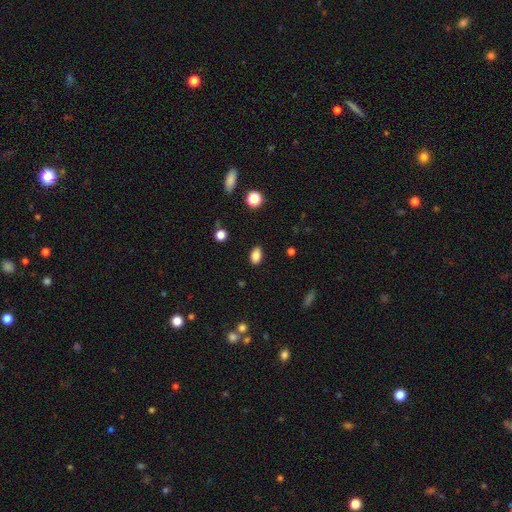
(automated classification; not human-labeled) Smooth or featured: smooth — 84% (star or artifact — 10%)
How rounded: in between — 87% (round — 11%)
Merging: none — 86% (minor disturbance — 10%)